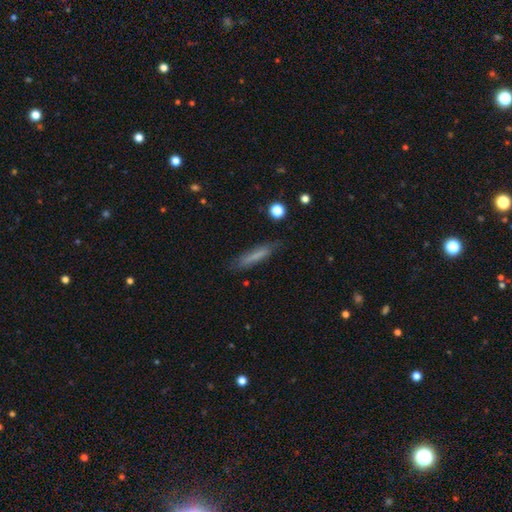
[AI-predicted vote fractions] Overall: smooth (68%). How rounded: cigar-shaped (88%). Merging: none (78%).